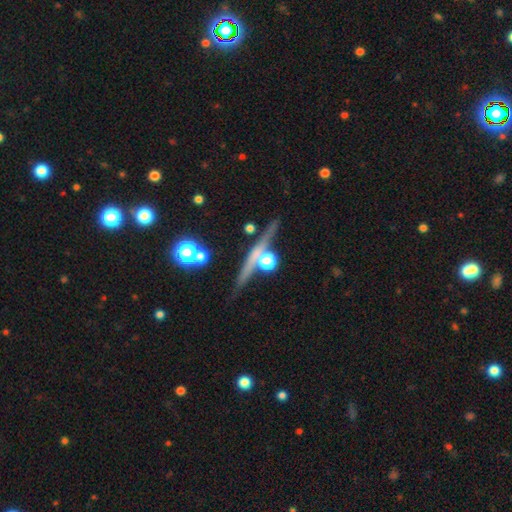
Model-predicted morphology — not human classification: Smooth or featured?
  - featured or disk: 64% *
  - smooth: 25%
  - star or artifact: 12%
Edge-on disk?
  - yes: 94% *
  - no: 6%
Edge-on bulge?
  - rounded: 46% *
  - none: 45%
  - boxy: 9%
Merging?
  - none: 76% *
  - minor disturbance: 11%
  - merger: 9%
  - major disturbance: 4%